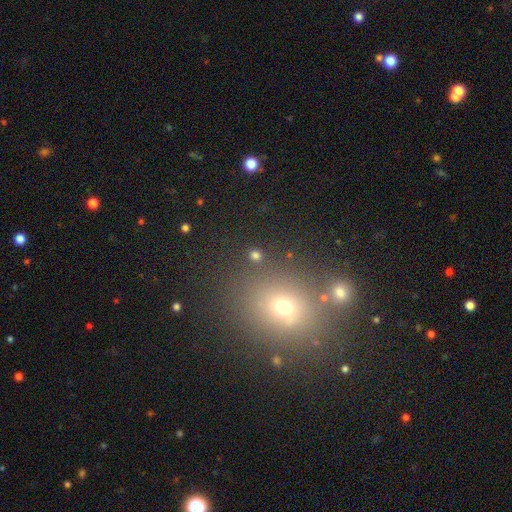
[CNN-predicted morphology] smooth 74%, star or artifact 20%, featured or disk 6%. Down the decision tree: how rounded — round (84%); merging — none (85%).